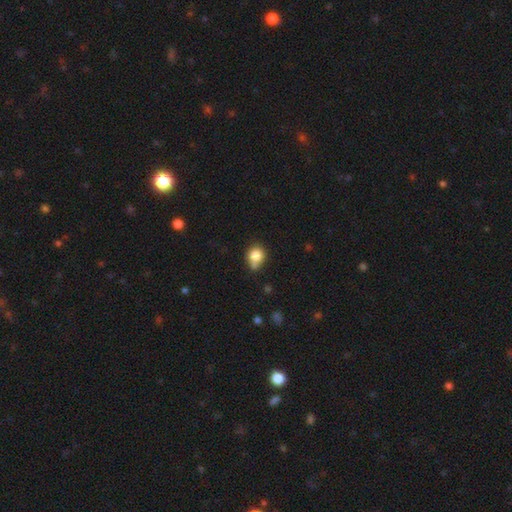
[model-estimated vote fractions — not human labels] A smooth galaxy with no disk features (80%) that is round (74%). Merging: none (51%).